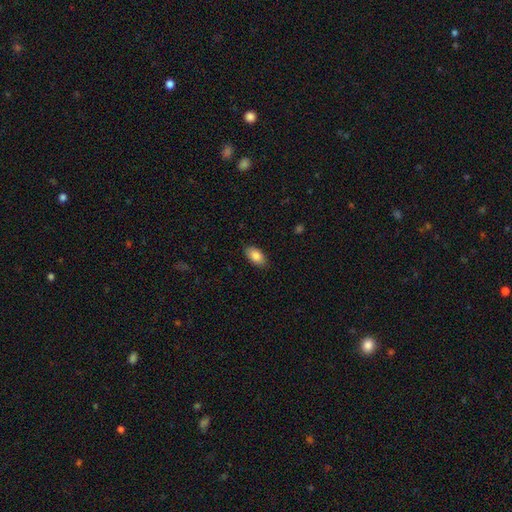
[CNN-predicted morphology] smooth-or-featured: smooth: 87% | featured or disk: 7% | star or artifact: 7%
  how-rounded: in between: 94% | round: 4% | cigar-shaped: 3%
  merging: none: 87% | minor disturbance: 10% | major disturbance: 2% | merger: 1%